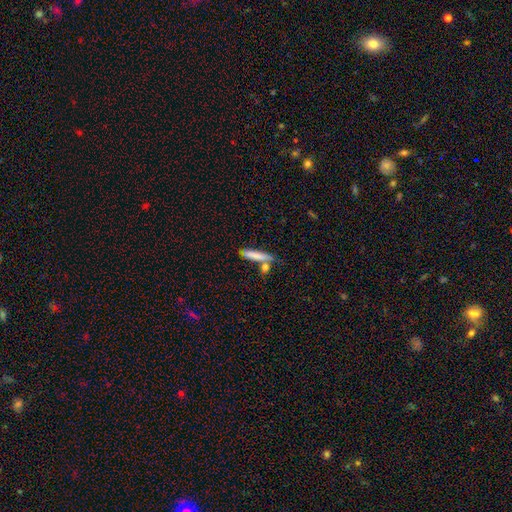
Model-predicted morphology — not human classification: Smooth or featured?
  - smooth: 78% *
  - featured or disk: 16%
  - star or artifact: 7%
How rounded?
  - cigar-shaped: 87% *
  - in between: 10%
  - round: 2%
Merging?
  - none: 66% *
  - merger: 15%
  - minor disturbance: 14%
  - major disturbance: 4%